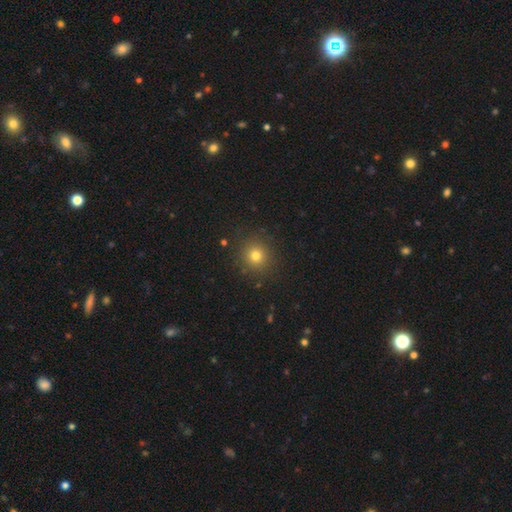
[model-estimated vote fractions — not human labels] This appears to be a smooth galaxy with no disk features (77%) that is round (93%). Merging: none (90%).